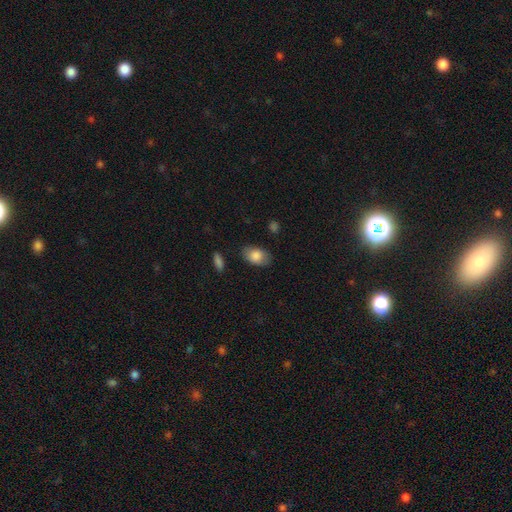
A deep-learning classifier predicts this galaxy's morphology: Smooth or featured: smooth — 84% (featured or disk — 10%)
How rounded: in between — 88% (round — 11%)
Merging: none — 80% (minor disturbance — 14%)